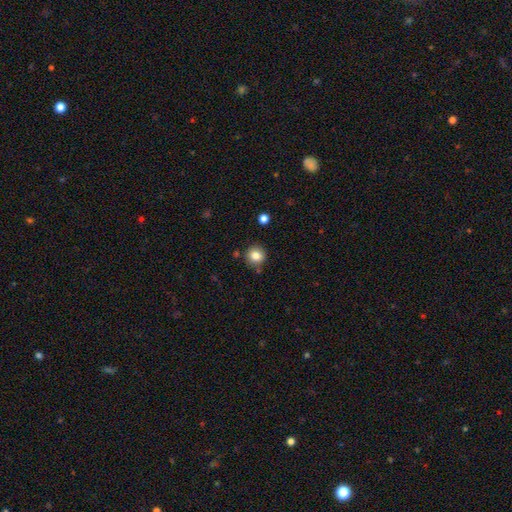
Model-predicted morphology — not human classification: Smooth or featured?
  - smooth: 83% *
  - star or artifact: 11%
  - featured or disk: 7%
How rounded?
  - round: 92% *
  - in between: 8%
  - cigar-shaped: 1%
Merging?
  - none: 84% *
  - minor disturbance: 9%
  - merger: 4%
  - major disturbance: 2%